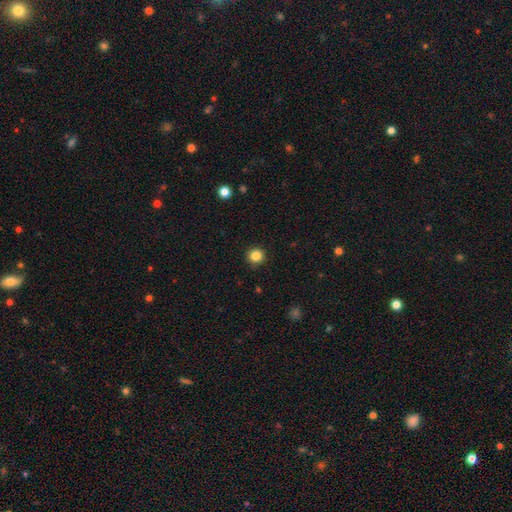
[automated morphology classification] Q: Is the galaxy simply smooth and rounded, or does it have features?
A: smooth — 84%.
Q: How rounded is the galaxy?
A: round — 94%.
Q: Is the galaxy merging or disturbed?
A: none — 92%.